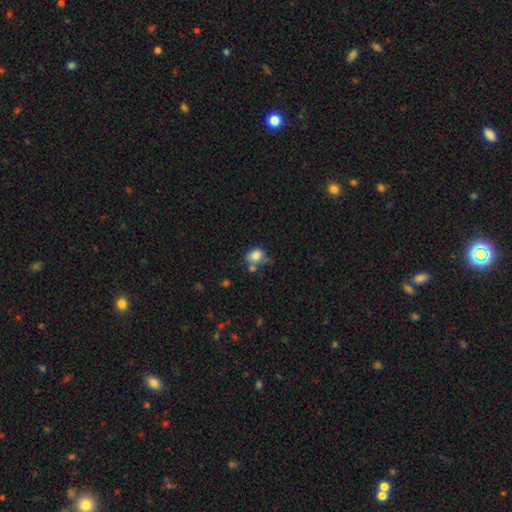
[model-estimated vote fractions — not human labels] This is clearly a smooth galaxy (80%). How rounded: possibly round (53%). Merging: possibly none (49%).